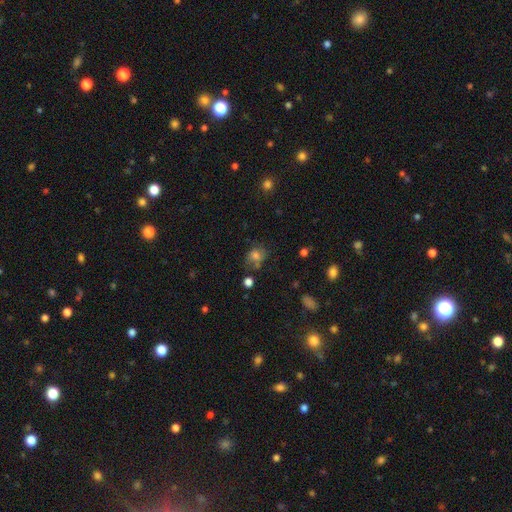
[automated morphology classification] This appears to be a smooth galaxy with no disk features (71%) that is round (62%). Merging: none (57%).